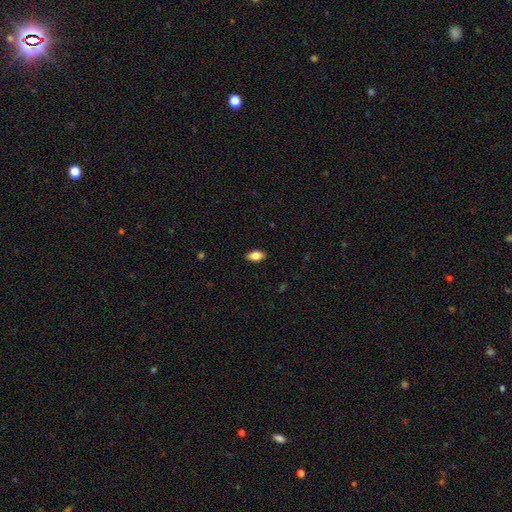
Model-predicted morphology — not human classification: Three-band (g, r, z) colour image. It shows a smooth galaxy with no disk features (80%) that is in between round and cigar-shaped (90%). Merging: none (88%).